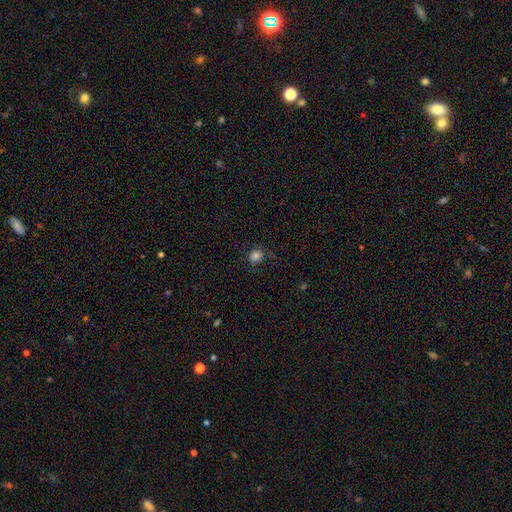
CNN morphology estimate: A smooth galaxy with no disk features (81%) that is round (82%). Merging: none (77%).